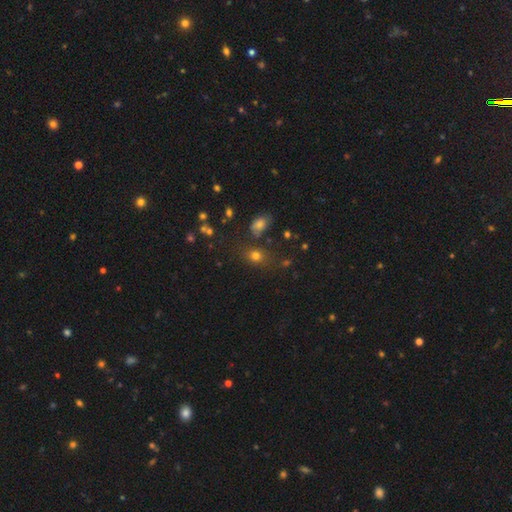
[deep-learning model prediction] A smooth galaxy with no disk features (73%) that is round (52%). Merging: none (70%).